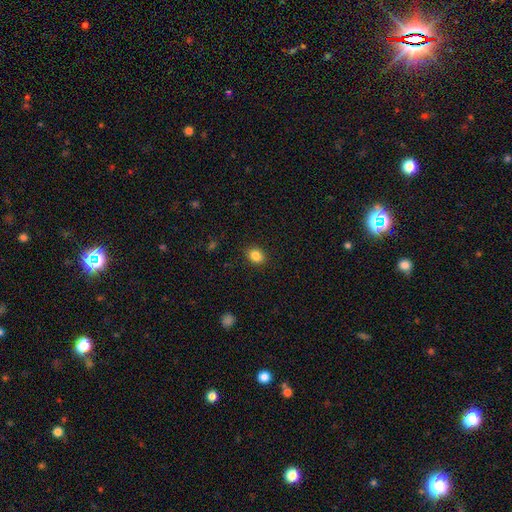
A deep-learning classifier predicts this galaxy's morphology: Smooth or featured?
  - smooth: 85% *
  - star or artifact: 11%
  - featured or disk: 5%
How rounded?
  - in between: 50% *
  - round: 49%
  - cigar-shaped: 1%
Merging?
  - none: 88% *
  - minor disturbance: 9%
  - major disturbance: 2%
  - merger: 1%